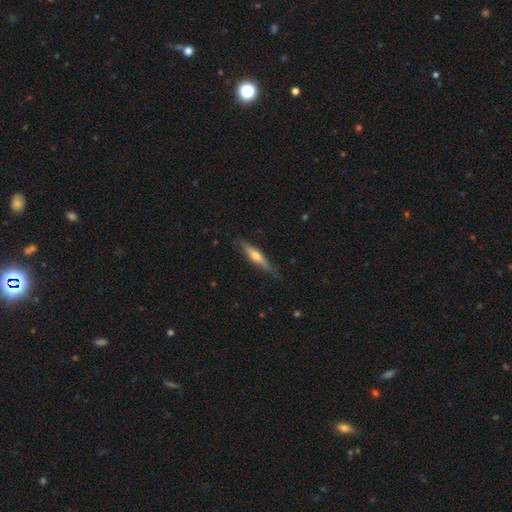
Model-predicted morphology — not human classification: smooth-or-featured: featured or disk: 55% | smooth: 39% | star or artifact: 6%
  disk-edge-on: yes: 94% | no: 6%
    edge-on-bulge: rounded: 83% | none: 10% | boxy: 7%
  merging: none: 77% | minor disturbance: 19% | major disturbance: 3% | merger: 1%